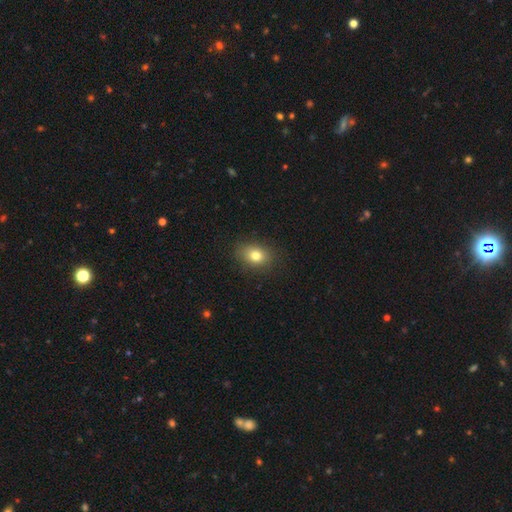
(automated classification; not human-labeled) Overall: smooth (79%). How rounded: in between (65%; round 34%). Merging: none (84%).